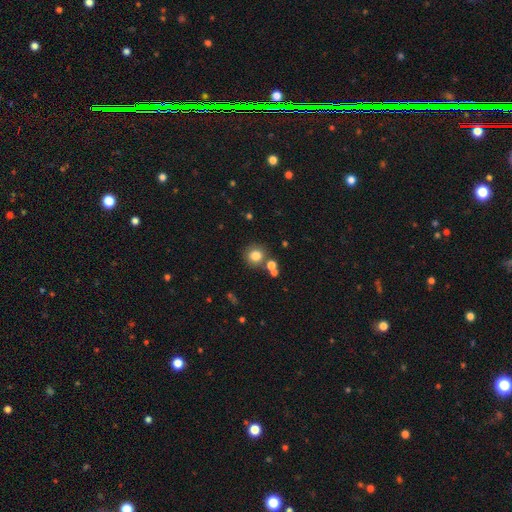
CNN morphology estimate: The model was most divided on "merging": none: 74%, merger: 13%, minor disturbance: 9%, major disturbance: 4%. More confident: how rounded — round (90%); smooth or featured — smooth (80%).